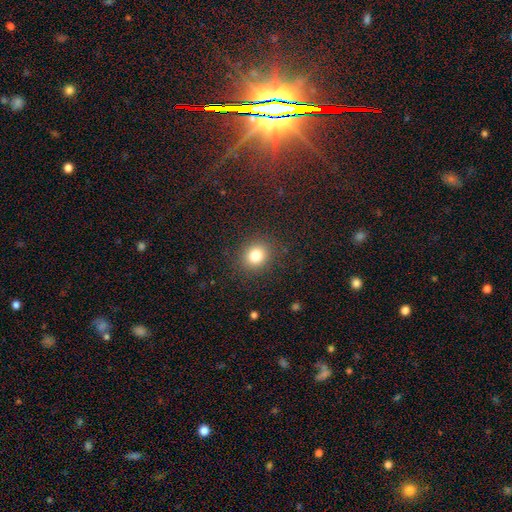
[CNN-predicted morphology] smooth 80%, star or artifact 13%, featured or disk 7%. Down the decision tree: how rounded — round (78%); merging — none (89%).